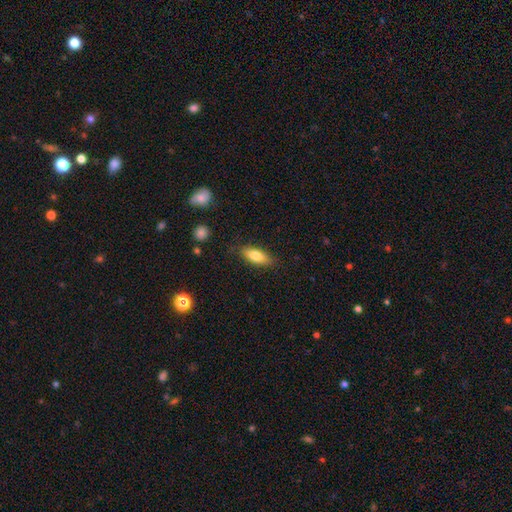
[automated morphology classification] Smooth or featured?
  - smooth: 77% *
  - featured or disk: 16%
  - star or artifact: 7%
How rounded?
  - in between: 74% *
  - cigar-shaped: 23%
  - round: 3%
Merging?
  - none: 82% *
  - minor disturbance: 13%
  - major disturbance: 3%
  - merger: 1%